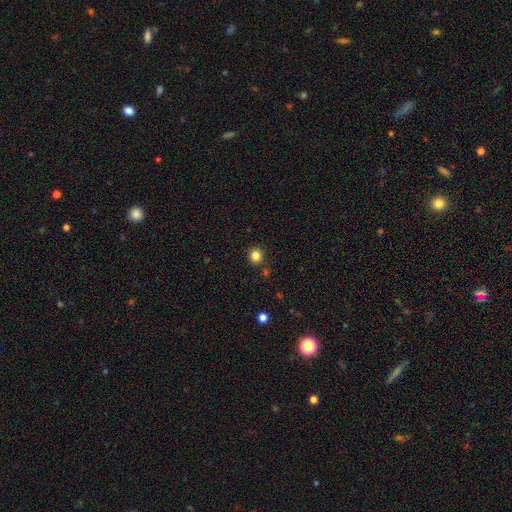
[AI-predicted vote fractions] smooth-or-featured: smooth: 83% | star or artifact: 12% | featured or disk: 5%
  how-rounded: round: 89% | in between: 11% | cigar-shaped: 1%
  merging: none: 88% | minor disturbance: 7% | merger: 3% | major disturbance: 2%